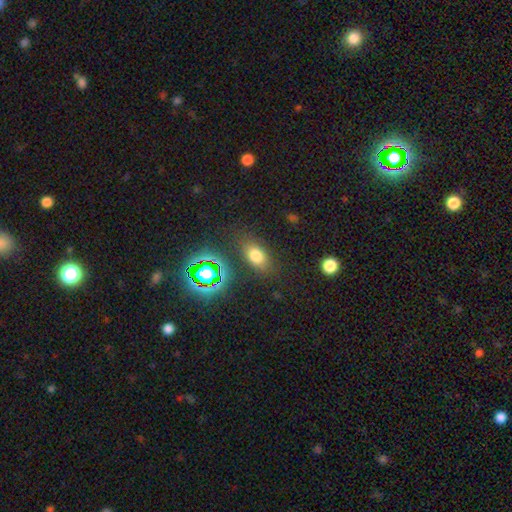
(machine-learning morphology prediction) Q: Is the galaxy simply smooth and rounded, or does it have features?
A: smooth — 70%.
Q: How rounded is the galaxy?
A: in between — 81%.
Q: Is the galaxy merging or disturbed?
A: none — 82%.